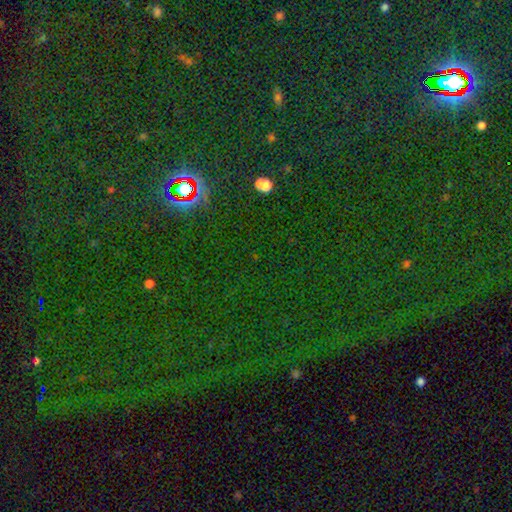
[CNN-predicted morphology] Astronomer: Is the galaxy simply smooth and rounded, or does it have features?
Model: star or artifact — 80%.